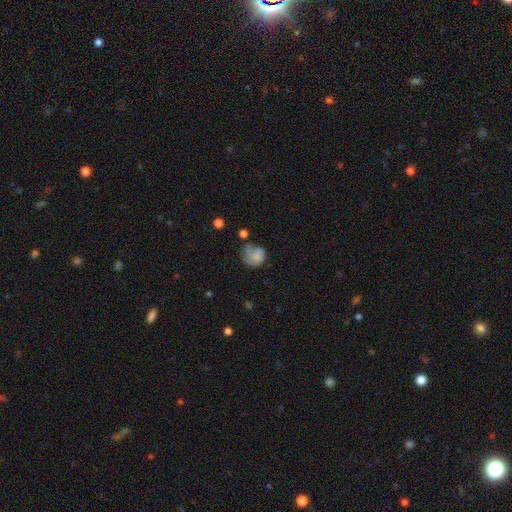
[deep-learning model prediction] Overall: smooth (66%). How rounded: round (71%). Merging: none (37%; minor disturbance 29%).